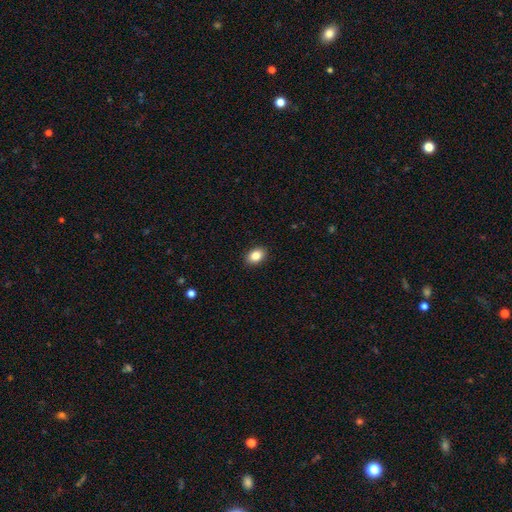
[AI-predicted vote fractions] A smooth galaxy with no disk features (86%) that is in between round and cigar-shaped (76%). Merging: none (90%).